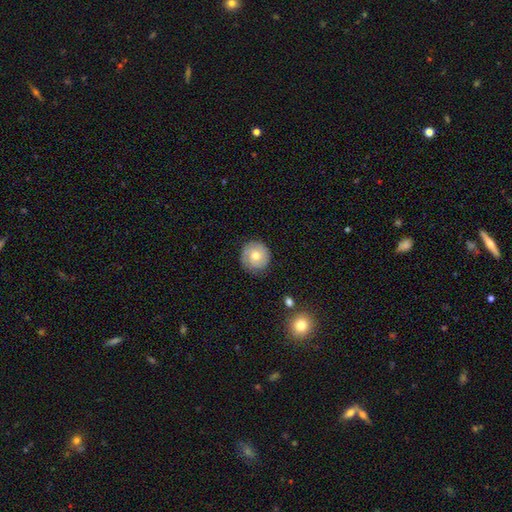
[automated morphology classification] Q: Smooth or featured?
A: smooth (49%); runner-up: featured or disk (43%)
Q: Merging?
A: none (83%); runner-up: minor disturbance (13%)